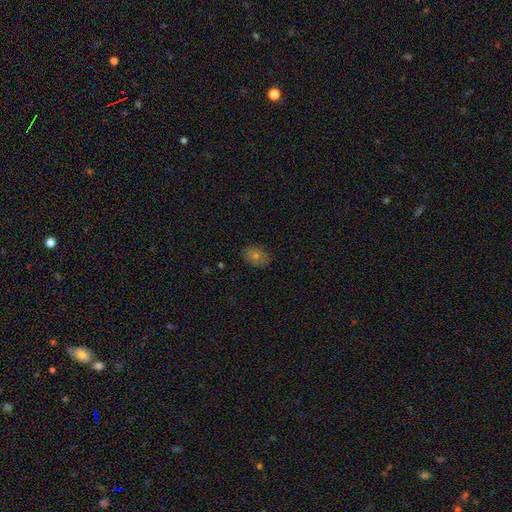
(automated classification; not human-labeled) A smooth galaxy with no disk features (62%) that is in between round and cigar-shaped (67%).

Vote fractions:
- Smooth or featured? smooth: 62% / featured or disk: 20% / star or artifact: 18%
- How rounded? in between: 67% / round: 32% / cigar-shaped: 1%
- Merging? none: 83% / minor disturbance: 14% / major disturbance: 3% / merger: 1%